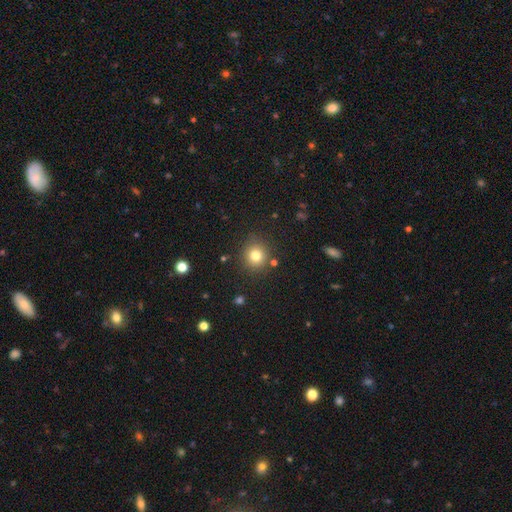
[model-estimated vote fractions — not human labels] Smooth or featured? smooth (78%)
How rounded? round (89%)
Merging? none (86%)